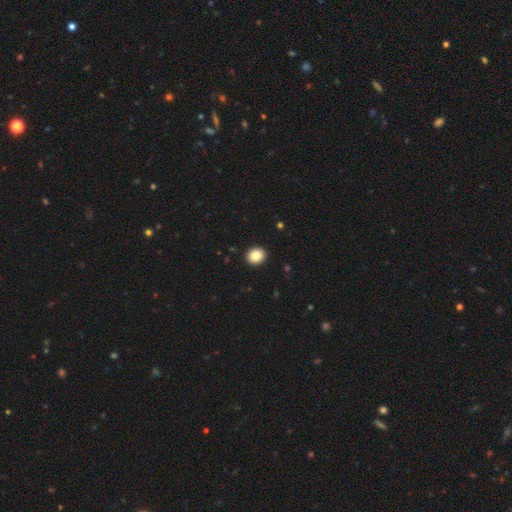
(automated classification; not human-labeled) Smooth or featured? smooth (86%)
How rounded? round (69%)
Merging? none (93%)